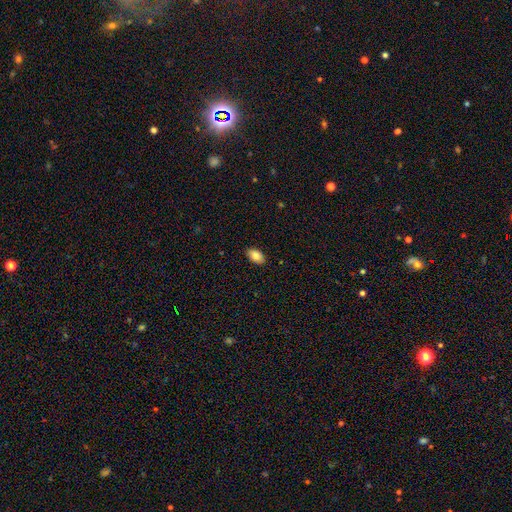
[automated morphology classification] Smooth or featured: smooth — 83% (featured or disk — 10%)
How rounded: in between — 93% (round — 5%)
Merging: none — 89% (minor disturbance — 8%)